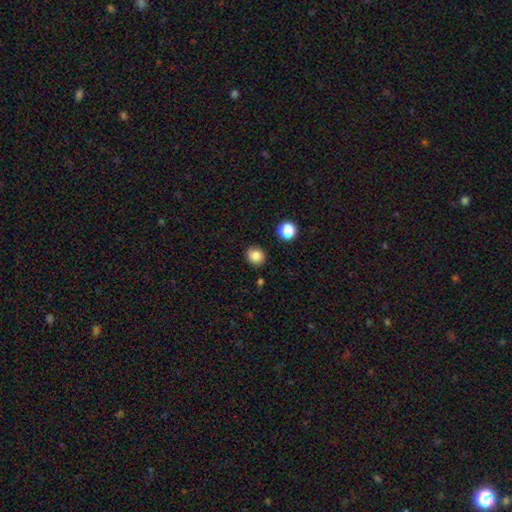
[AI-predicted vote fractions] Overall: smooth (84%). How rounded: round (86%). Merging: none (84%).